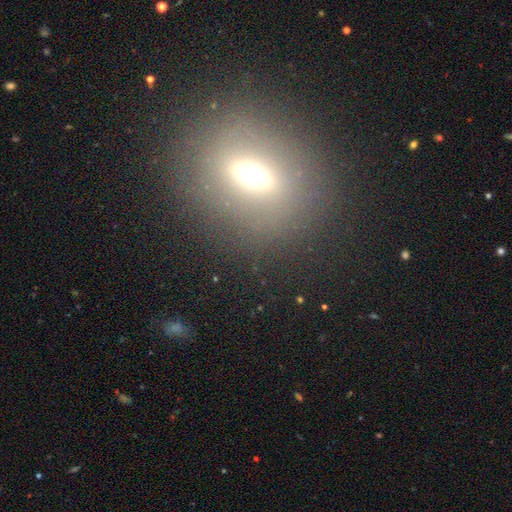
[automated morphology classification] smooth 47%, featured or disk 31%, star or artifact 21%. Down the decision tree: merging — none (83%).